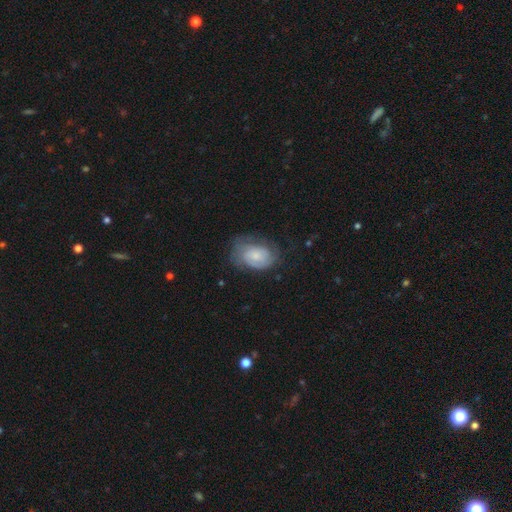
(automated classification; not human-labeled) The model was most divided on "smooth or featured": featured or disk: 54%, smooth: 39%, star or artifact: 7%. More confident: edge-on disk — no (97%); spiral arms — yes (80%); bar — no (70%); merging — none (54%); bulge size — small (54%).